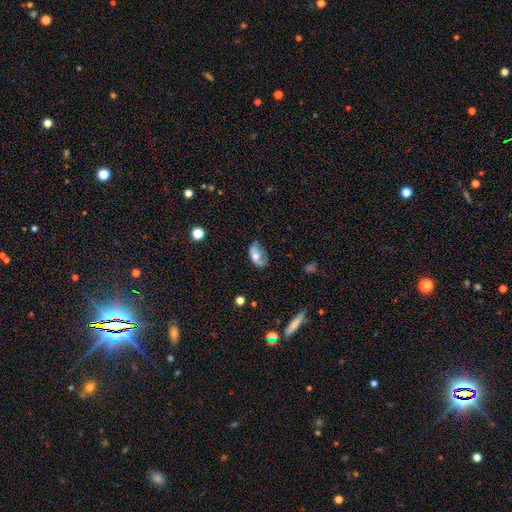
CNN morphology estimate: smooth 54%, featured or disk 38%, star or artifact 8%. Down the decision tree: how rounded — in between (92%); merging — none (46%).